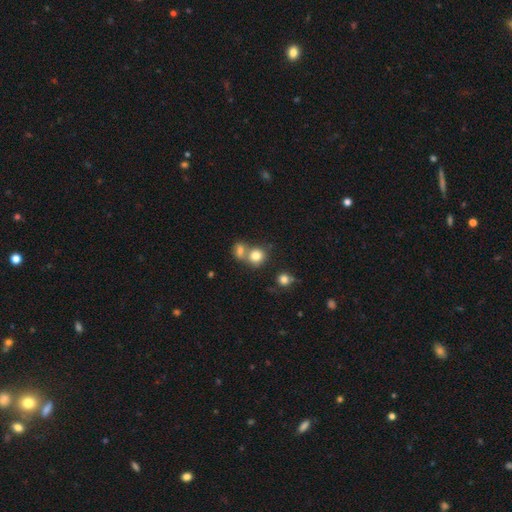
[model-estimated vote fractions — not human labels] This is likely a smooth galaxy (79%). How rounded: likely round (77%). Merging: marginally none (44%, tied with merger).